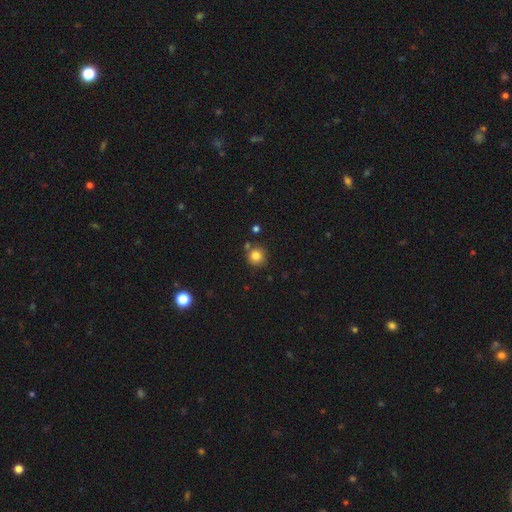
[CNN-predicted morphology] type=smooth (83%); roundness=round (93%); merging=none (80%).